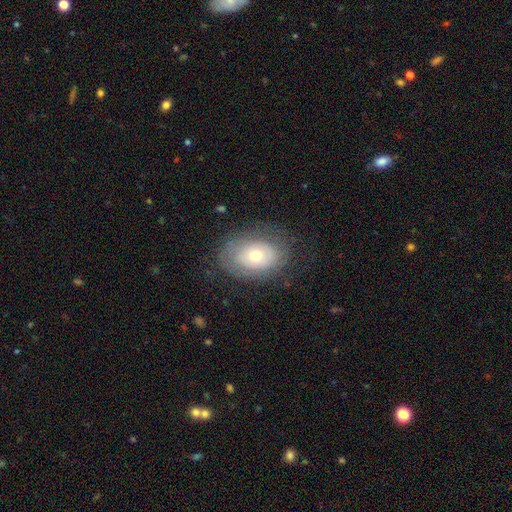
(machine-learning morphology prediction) Smooth or featured?
  - smooth: 47% *
  - featured or disk: 44%
  - star or artifact: 9%
Merging?
  - none: 75% *
  - minor disturbance: 16%
  - major disturbance: 8%
  - merger: 1%